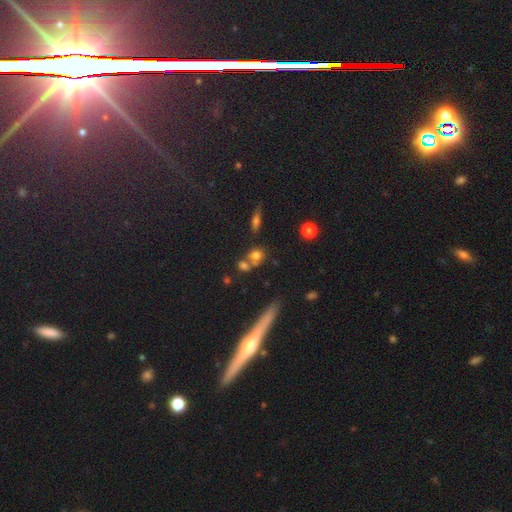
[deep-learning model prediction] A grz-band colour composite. It shows a smooth galaxy with no disk features (69%) that is round (65%). Merging: none (46%).